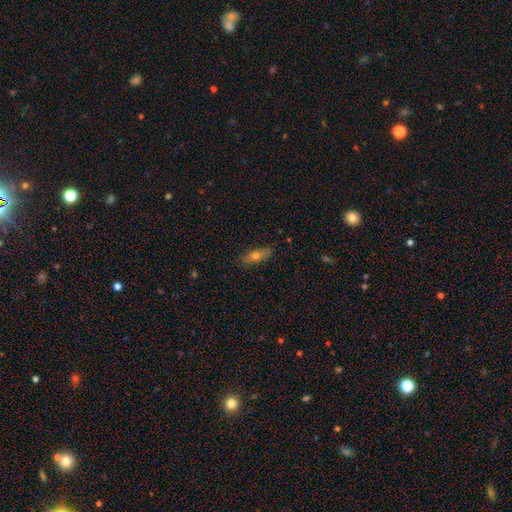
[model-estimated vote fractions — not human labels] A smooth galaxy with no disk features (63%) that is in between round and cigar-shaped (61%). Merging: none (84%).